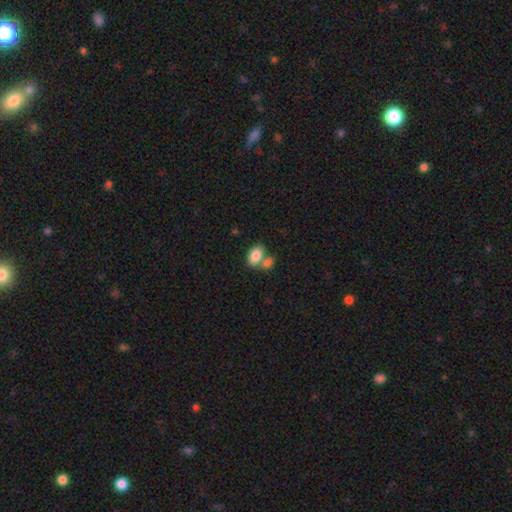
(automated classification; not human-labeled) Smooth or featured: smooth — 84% (featured or disk — 8%)
How rounded: in between — 89% (round — 10%)
Merging: merger — 47% (none — 39%)